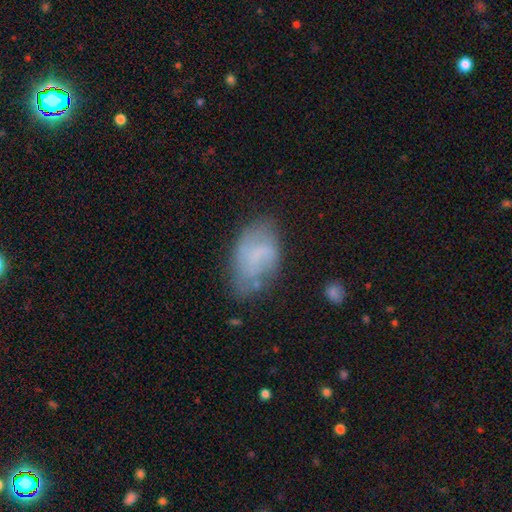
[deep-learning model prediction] smooth 53%, featured or disk 38%, star or artifact 9%. Down the decision tree: how rounded — in between (91%); merging — none (51%).